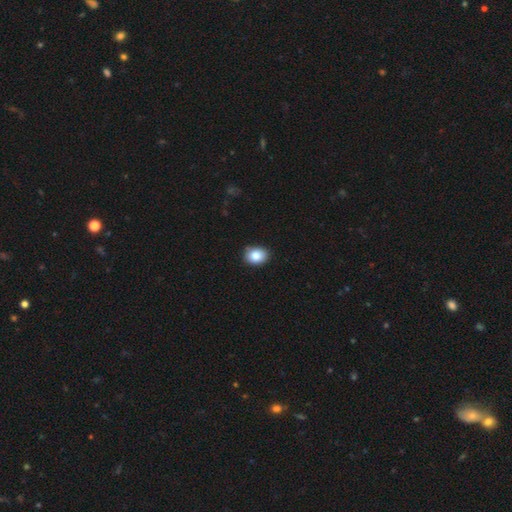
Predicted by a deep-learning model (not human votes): Overall: smooth (85%). How rounded: in between (57%; round 42%). Merging: none (84%).